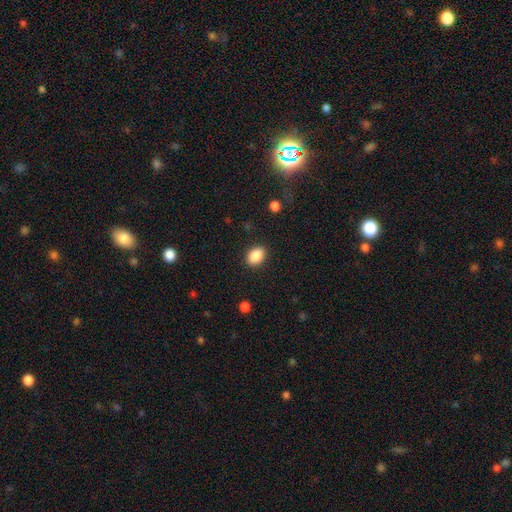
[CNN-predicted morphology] type=smooth (88%); roundness=in between (74%); merging=none (88%).